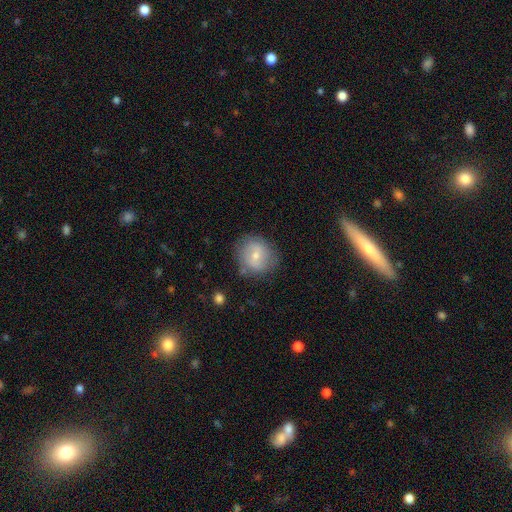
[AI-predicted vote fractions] Smooth or featured: smooth — 62% (featured or disk — 30%)
How rounded: round — 80% (in between — 19%)
Merging: none — 75% (minor disturbance — 17%)